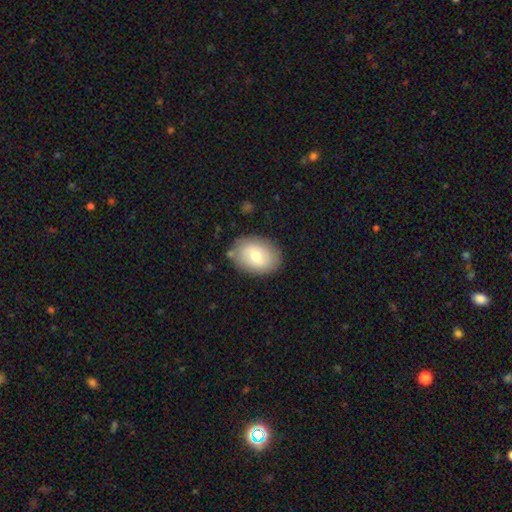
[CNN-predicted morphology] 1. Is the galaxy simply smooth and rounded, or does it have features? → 64% smooth, 30% featured or disk, 6% star or artifact.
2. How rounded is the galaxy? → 75% in between, 24% round, 1% cigar-shaped.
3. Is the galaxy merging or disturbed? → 80% none, 14% minor disturbance, 4% major disturbance, 3% merger.